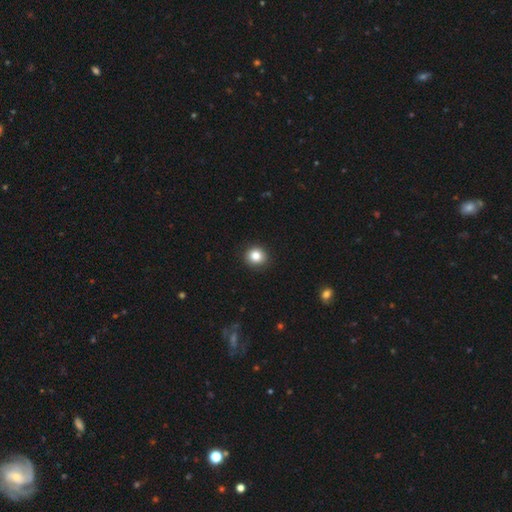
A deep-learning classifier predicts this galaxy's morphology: Overall: smooth (84%). How rounded: round (87%). Merging: none (90%).